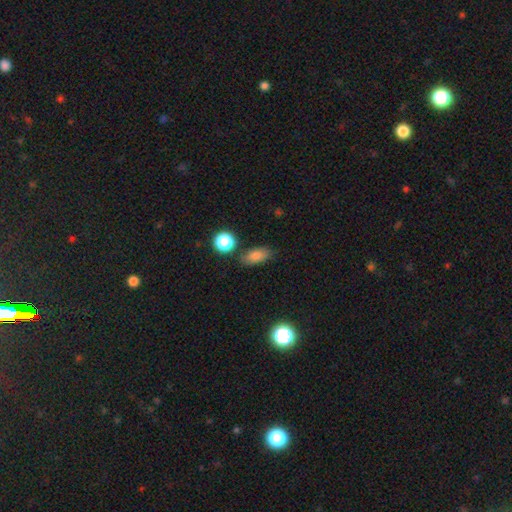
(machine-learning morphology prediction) A smooth galaxy with no disk features (81%) that is in between round and cigar-shaped (81%). Merging: none (77%).